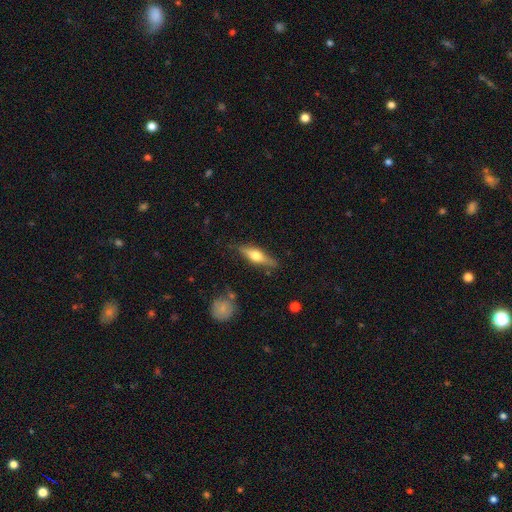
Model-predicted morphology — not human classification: smooth-or-featured: featured or disk: 53% | smooth: 41% | star or artifact: 6%
  disk-edge-on: yes: 92% | no: 8%
  merging: none: 82% | minor disturbance: 13% | major disturbance: 3% | merger: 2%